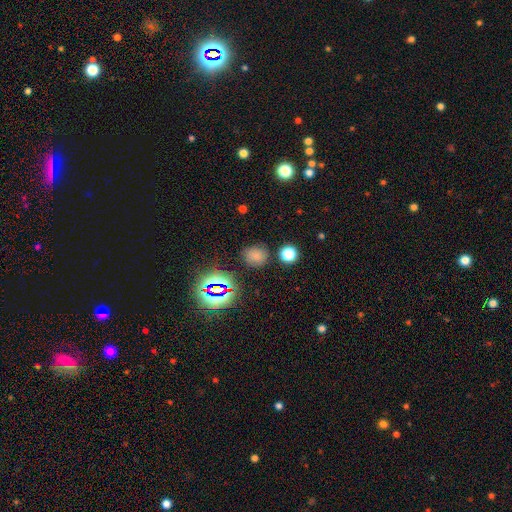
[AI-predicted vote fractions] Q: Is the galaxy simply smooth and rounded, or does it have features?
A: smooth — 69%.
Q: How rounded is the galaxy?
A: round — 77%.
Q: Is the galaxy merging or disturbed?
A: none — 79%.